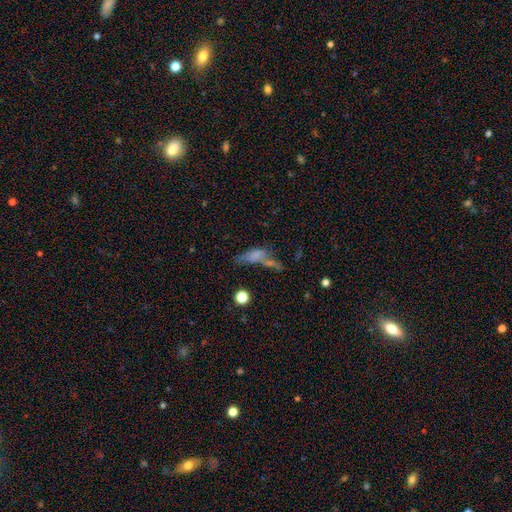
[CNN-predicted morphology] This is possibly a smooth galaxy (59%). How rounded: likely in between (61%). Merging: marginally merger (38%).